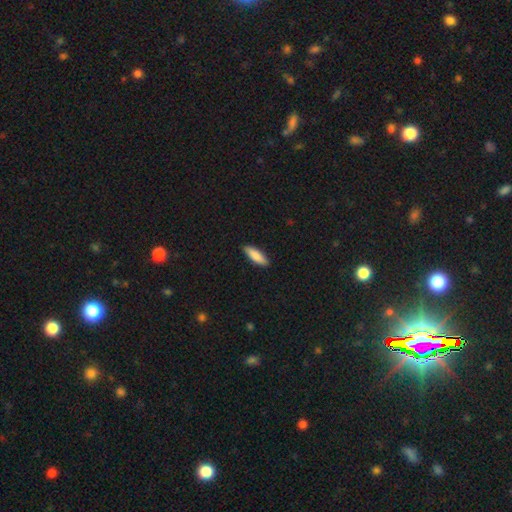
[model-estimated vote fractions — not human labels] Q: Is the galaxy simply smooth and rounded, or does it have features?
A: smooth — 85%.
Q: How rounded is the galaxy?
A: cigar-shaped — 50%.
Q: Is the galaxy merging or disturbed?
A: none — 89%.